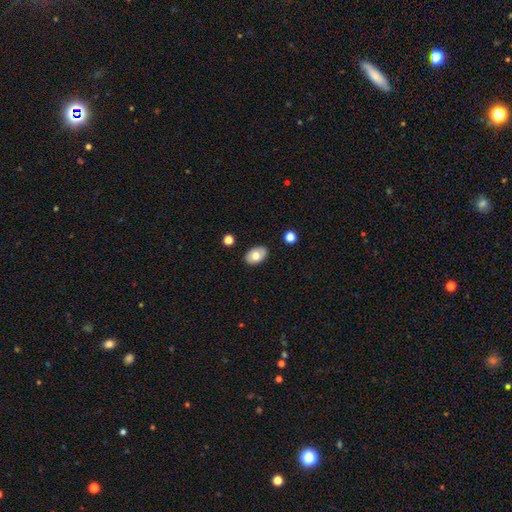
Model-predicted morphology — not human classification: type=smooth (72%); roundness=in between (89%); merging=none (86%).